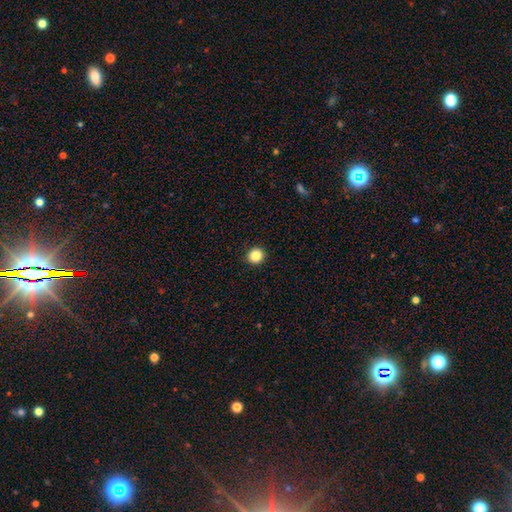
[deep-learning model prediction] A smooth galaxy with no disk features (86%) that is round (93%).

Vote fractions:
- Smooth or featured? smooth: 86% / star or artifact: 10% / featured or disk: 4%
- How rounded? round: 93% / in between: 6% / cigar-shaped: 1%
- Merging? none: 93% / minor disturbance: 5% / major disturbance: 1% / merger: 1%